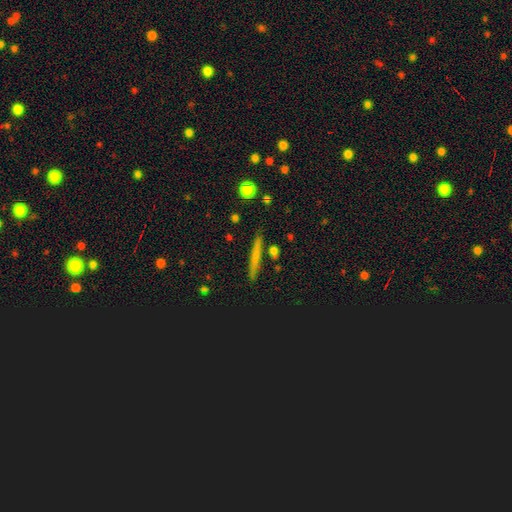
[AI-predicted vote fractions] smooth_or_featured: smooth (p=0.59) [alt: featured or disk p=0.28]
how_rounded: cigar-shaped (p=0.93) [alt: in between p=0.04]
merging: none (p=0.87) [alt: minor disturbance p=0.09]